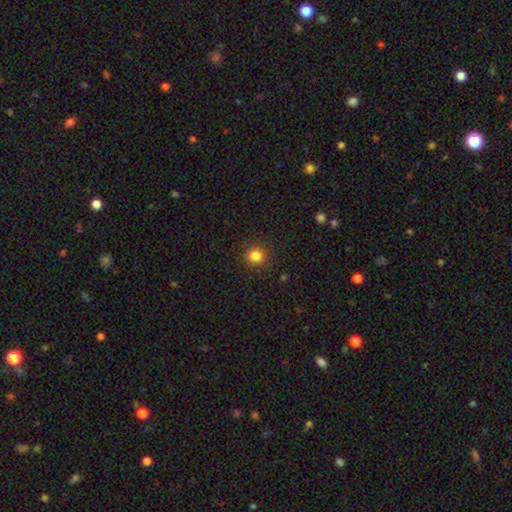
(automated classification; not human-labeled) Smooth or featured: smooth — 84% (star or artifact — 12%)
How rounded: round — 87% (in between — 12%)
Merging: none — 91% (minor disturbance — 6%)